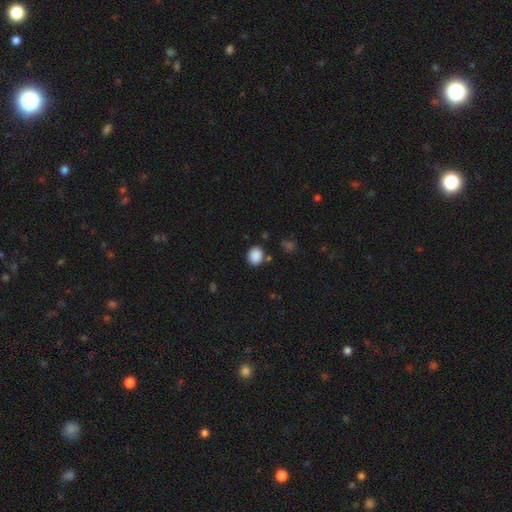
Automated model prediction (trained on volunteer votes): Q: Smooth or featured?
A: smooth (88%); runner-up: star or artifact (9%)
Q: How rounded?
A: round (67%); runner-up: in between (33%)
Q: Merging?
A: none (81%); runner-up: minor disturbance (10%)